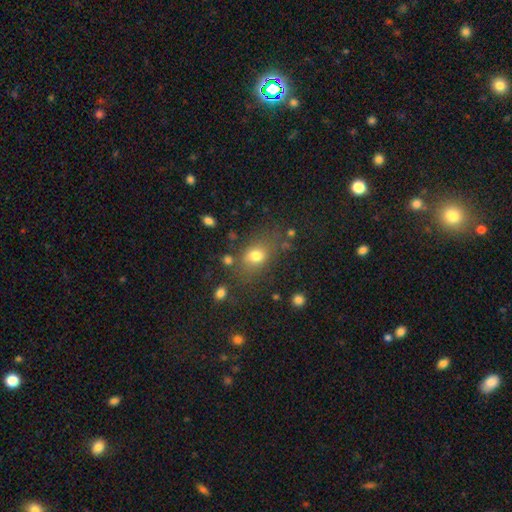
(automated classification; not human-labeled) Morphology: type=smooth (74%); roundness=in between (63%); merging=none (68%).